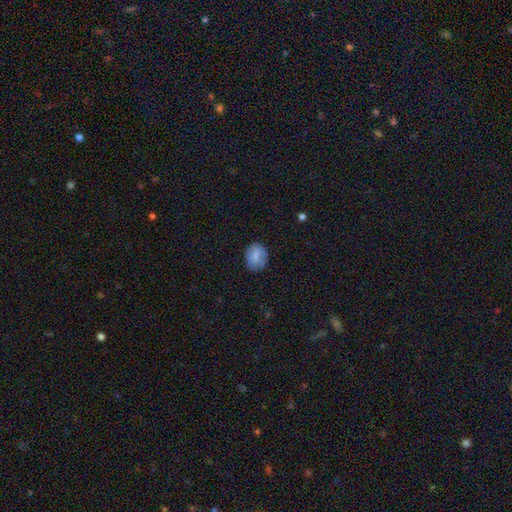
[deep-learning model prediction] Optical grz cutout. It shows a smooth galaxy with no disk features (74%) that is round (50%). Merging: none (76%).